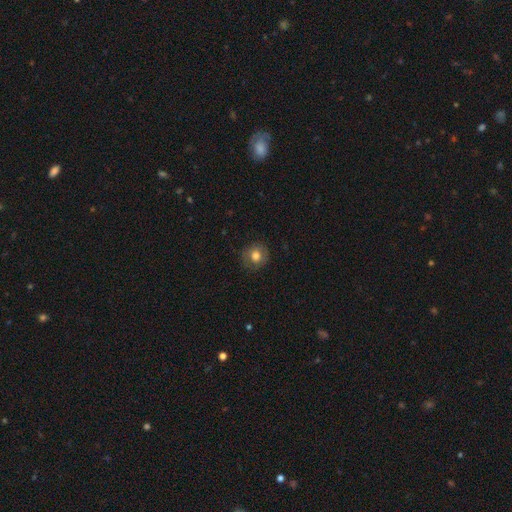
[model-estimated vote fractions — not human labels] smooth 77%, featured or disk 13%, star or artifact 10%. Down the decision tree: how rounded — round (85%); merging — none (85%).